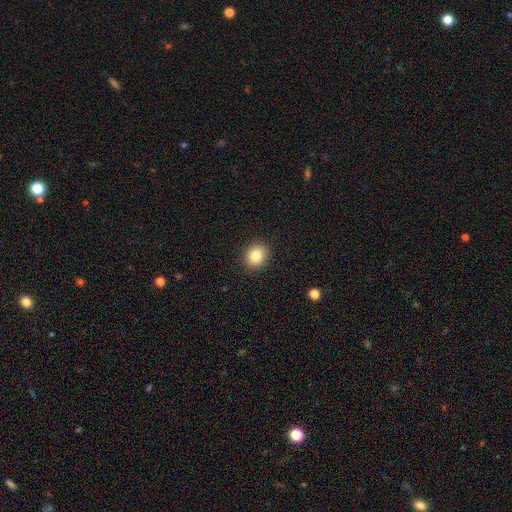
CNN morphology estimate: Smooth or featured? Predicted: smooth (p=0.82). How rounded? Predicted: round (p=0.77). Merging? Predicted: none (p=0.91).